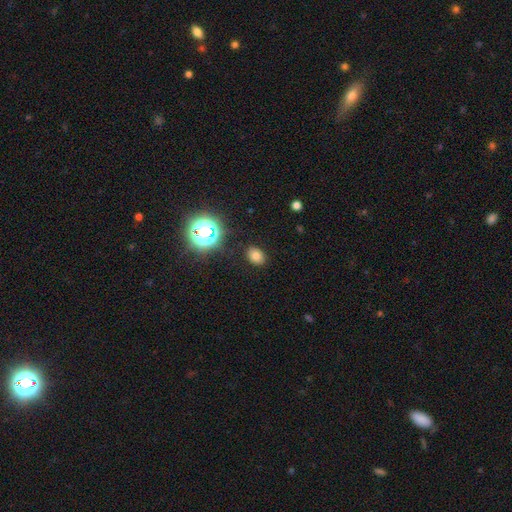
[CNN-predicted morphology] This appears to be a smooth galaxy with no disk features (72%) that is in between round and cigar-shaped (59%). Merging: none (87%).